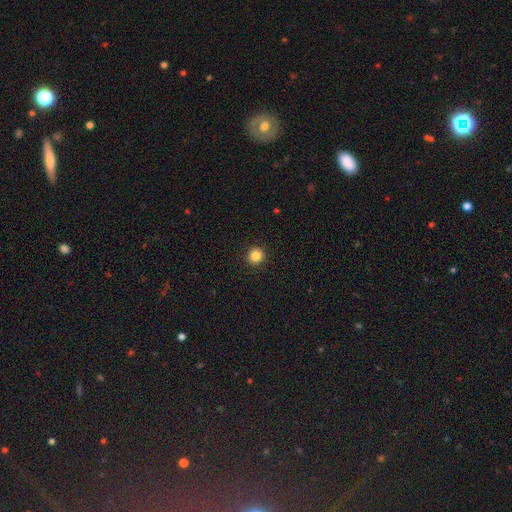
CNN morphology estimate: Smooth or featured? smooth (85%)
How rounded? round (95%)
Merging? none (93%)